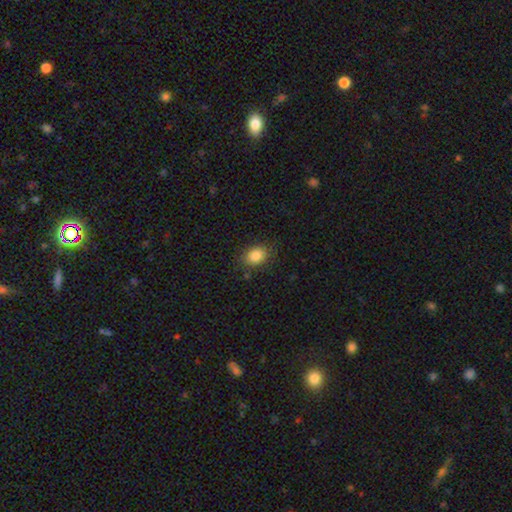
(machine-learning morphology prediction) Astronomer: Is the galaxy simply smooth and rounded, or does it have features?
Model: smooth — 85%.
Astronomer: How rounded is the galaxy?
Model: in between — 69%.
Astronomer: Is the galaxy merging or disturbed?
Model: none — 81%.